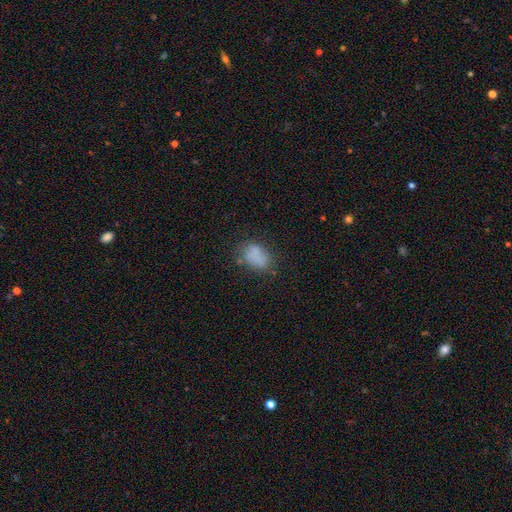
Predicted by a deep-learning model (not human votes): Overall: smooth (74%). How rounded: in between (82%). Merging: none (56%; minor disturbance 26%).